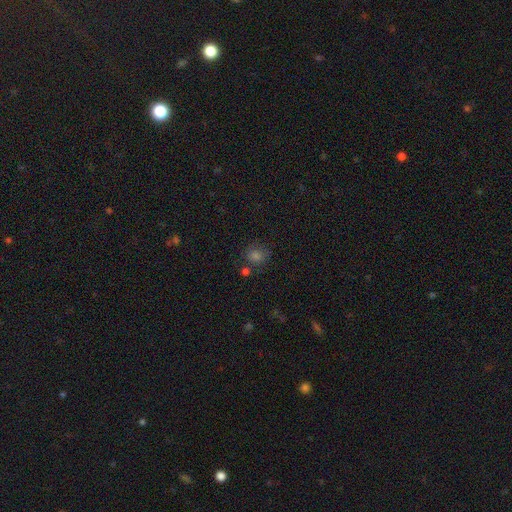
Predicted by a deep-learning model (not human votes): smooth_or_featured: smooth (p=0.64) [alt: star or artifact p=0.27]
how_rounded: round (p=0.73) [alt: in between p=0.26]
merging: none (p=0.74) [alt: minor disturbance p=0.13]